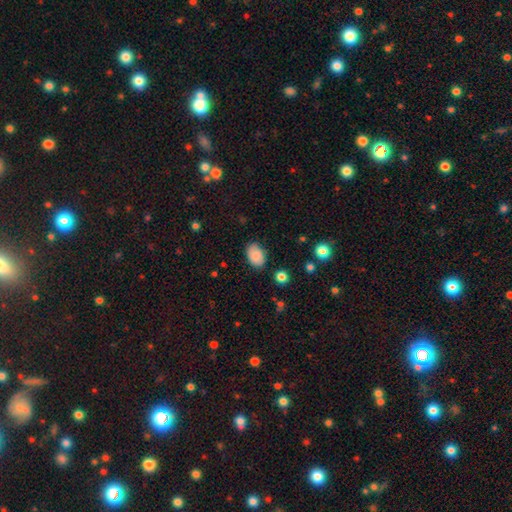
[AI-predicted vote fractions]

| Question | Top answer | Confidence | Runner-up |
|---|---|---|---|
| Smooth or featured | smooth | 83% | featured or disk (9%) |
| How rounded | in between | 88% | round (11%) |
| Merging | none | 77% | minor disturbance (18%) |